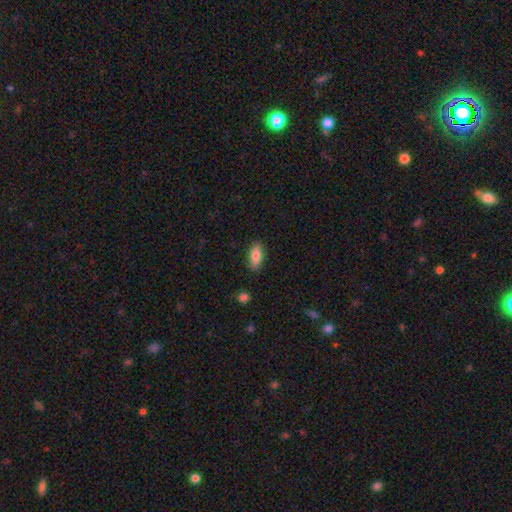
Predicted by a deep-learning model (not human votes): Smooth or featured?
  - smooth: 79% *
  - featured or disk: 14%
  - star or artifact: 7%
How rounded?
  - in between: 78% *
  - cigar-shaped: 19%
  - round: 3%
Merging?
  - none: 84% *
  - minor disturbance: 12%
  - major disturbance: 2%
  - merger: 2%